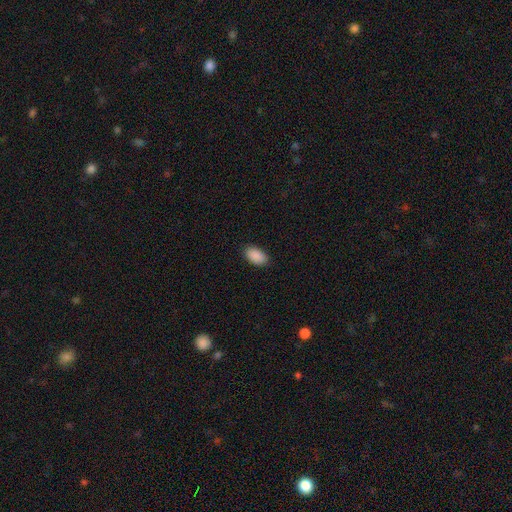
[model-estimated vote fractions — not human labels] Morphology: type=smooth (91%); roundness=in between (94%); merging=none (88%).